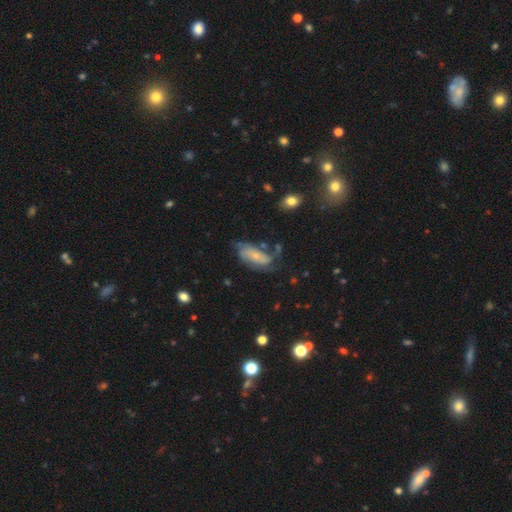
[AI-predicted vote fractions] Smooth or featured: featured or disk — 57% (smooth — 35%)
Edge-on disk: no — 91% (yes — 9%)
Bar: no — 70% (weak — 22%)
Spiral arms: yes — 78% (no — 22%)
Bulge size: small — 70% (moderate — 22%)
Merging: none — 45% (minor disturbance — 28%)